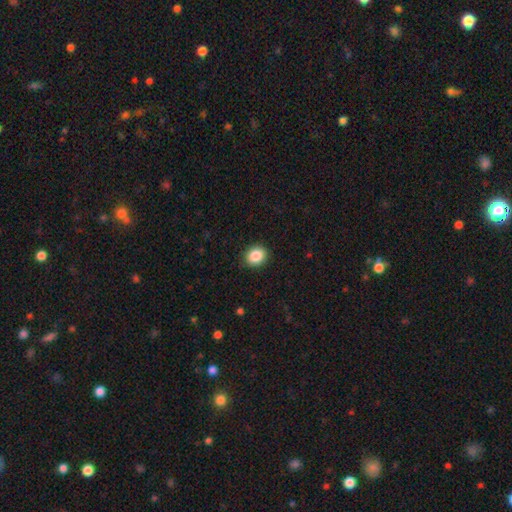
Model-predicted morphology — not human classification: type=smooth (88%); roundness=round (58%); merging=none (89%).